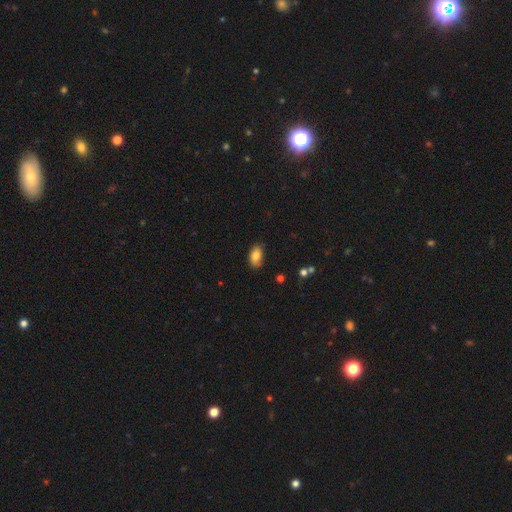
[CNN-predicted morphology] Smooth or featured: smooth — 84% (star or artifact — 8%)
How rounded: in between — 91% (round — 7%)
Merging: none — 79% (minor disturbance — 17%)